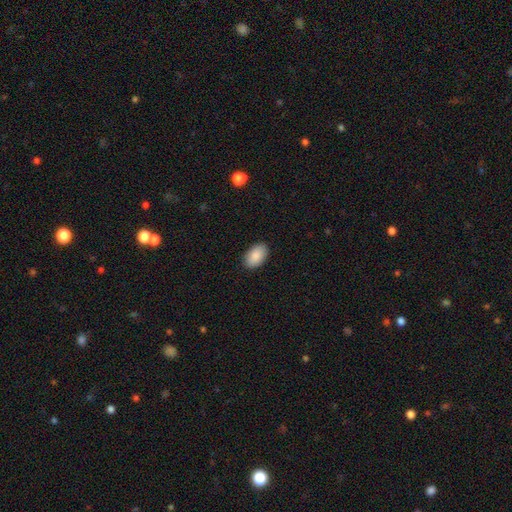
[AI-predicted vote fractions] Smooth or featured?
  - smooth: 90% *
  - star or artifact: 6%
  - featured or disk: 4%
How rounded?
  - in between: 93% *
  - round: 5%
  - cigar-shaped: 1%
Merging?
  - none: 89% *
  - minor disturbance: 8%
  - major disturbance: 2%
  - merger: 1%